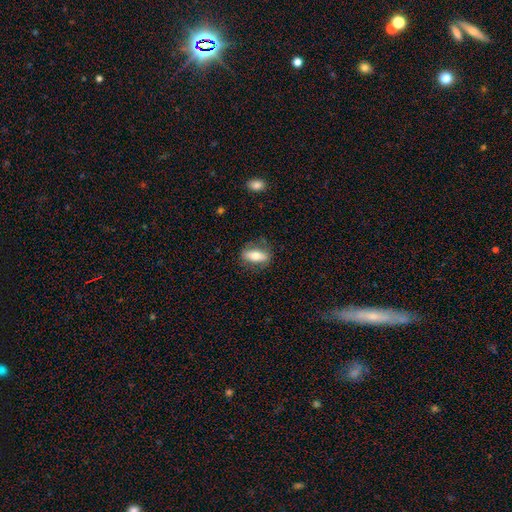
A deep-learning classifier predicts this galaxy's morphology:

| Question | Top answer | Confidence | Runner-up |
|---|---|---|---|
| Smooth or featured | smooth | 64% | featured or disk (30%) |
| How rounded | in between | 70% | cigar-shaped (25%) |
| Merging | none | 78% | minor disturbance (15%) |